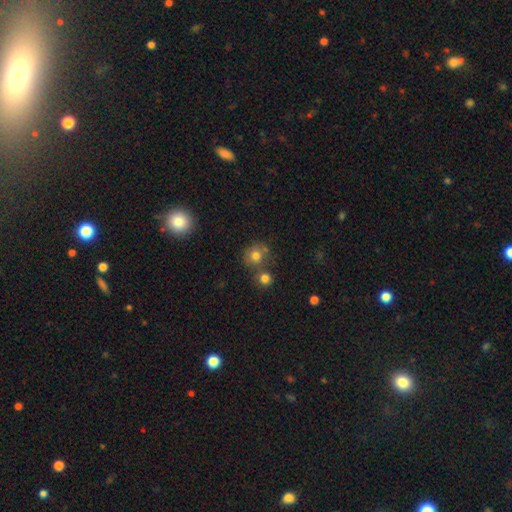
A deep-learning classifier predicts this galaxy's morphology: smooth-or-featured: smooth: 75% | star or artifact: 14% | featured or disk: 11%
  how-rounded: round: 83% | in between: 16% | cigar-shaped: 1%
  merging: none: 57% | merger: 27% | minor disturbance: 12% | major disturbance: 5%